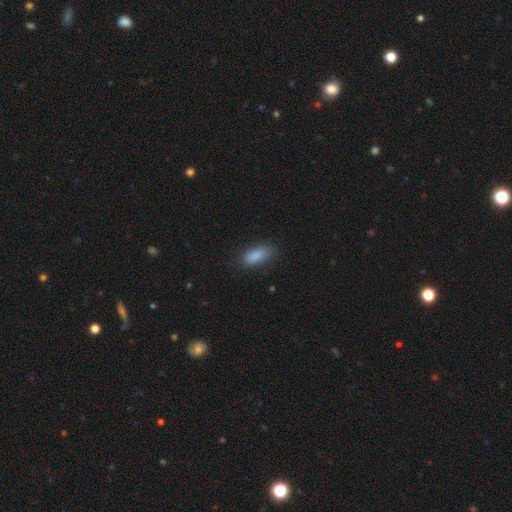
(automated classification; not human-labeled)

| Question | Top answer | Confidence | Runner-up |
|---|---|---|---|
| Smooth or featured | smooth | 87% | star or artifact (7%) |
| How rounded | in between | 77% | cigar-shaped (21%) |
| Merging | none | 81% | minor disturbance (14%) |